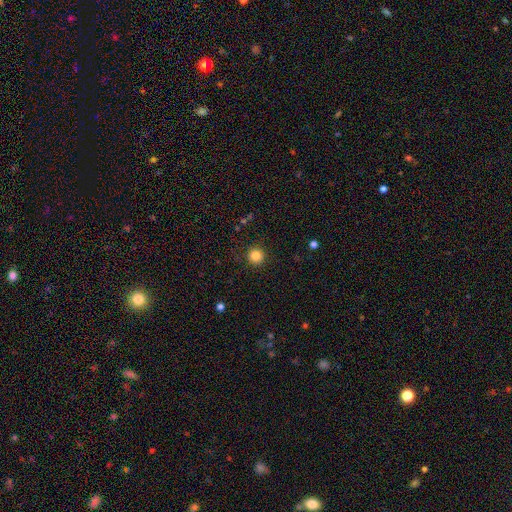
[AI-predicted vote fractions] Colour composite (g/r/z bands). It shows a smooth galaxy with no disk features (84%) that is round (95%). Merging: none (91%).